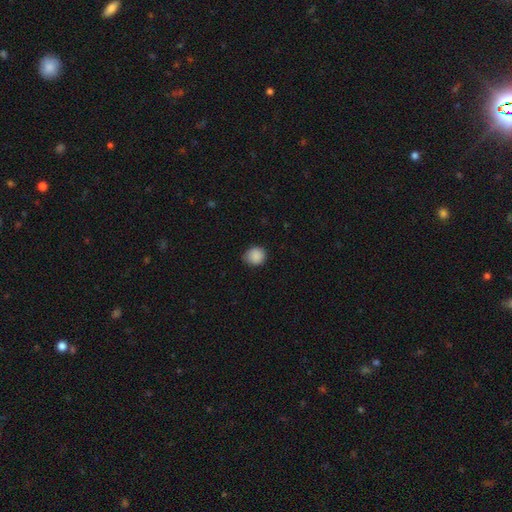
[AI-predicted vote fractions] This is clearly a smooth galaxy (88%). How rounded: clearly round (86%). Merging: likely none (77%).